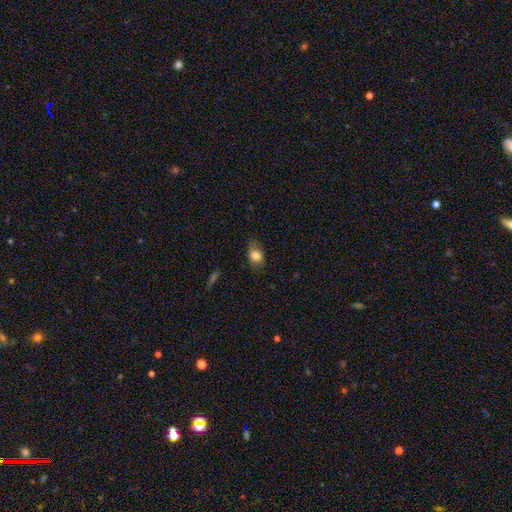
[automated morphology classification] Smooth or featured?
  - smooth: 79% *
  - featured or disk: 12%
  - star or artifact: 9%
How rounded?
  - in between: 68% *
  - round: 30%
  - cigar-shaped: 2%
Merging?
  - none: 67% *
  - minor disturbance: 25%
  - major disturbance: 7%
  - merger: 1%